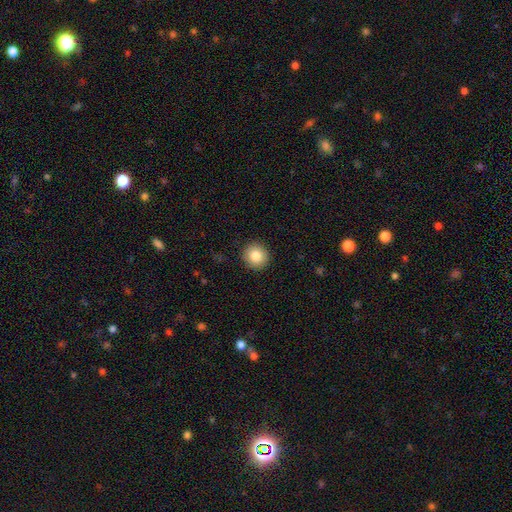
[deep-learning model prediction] Overall: smooth (84%). How rounded: round (94%). Merging: none (92%).